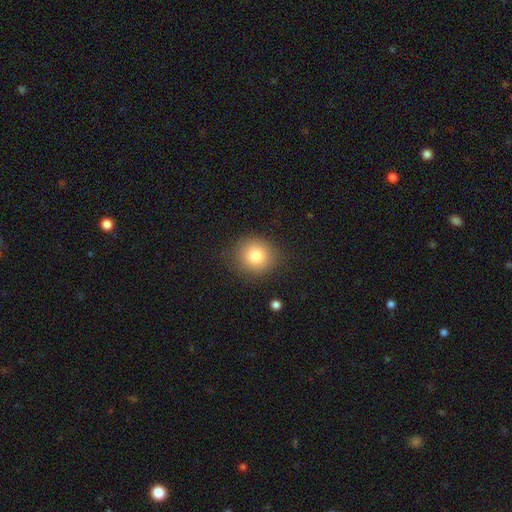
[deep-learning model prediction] smooth-or-featured: smooth: 80% | star or artifact: 11% | featured or disk: 9%
  how-rounded: round: 88% | in between: 11% | cigar-shaped: 1%
  merging: none: 83% | minor disturbance: 11% | major disturbance: 4% | merger: 2%